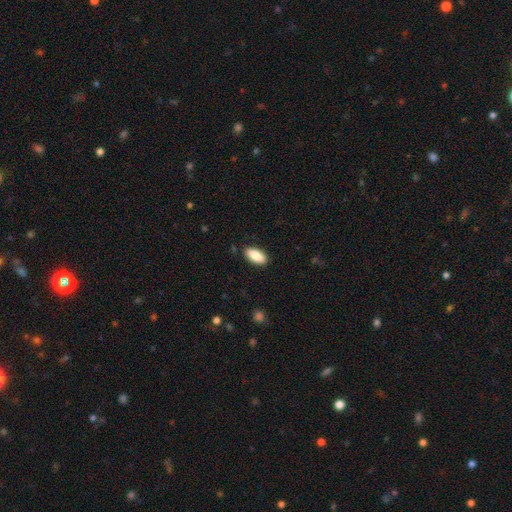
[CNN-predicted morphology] A smooth galaxy with no disk features (88%) that is in between round and cigar-shaped (90%).

Vote fractions:
- Smooth or featured? smooth: 88% / star or artifact: 6% / featured or disk: 6%
- How rounded? in between: 90% / cigar-shaped: 8% / round: 2%
- Merging? none: 87% / minor disturbance: 9% / major disturbance: 2% / merger: 1%